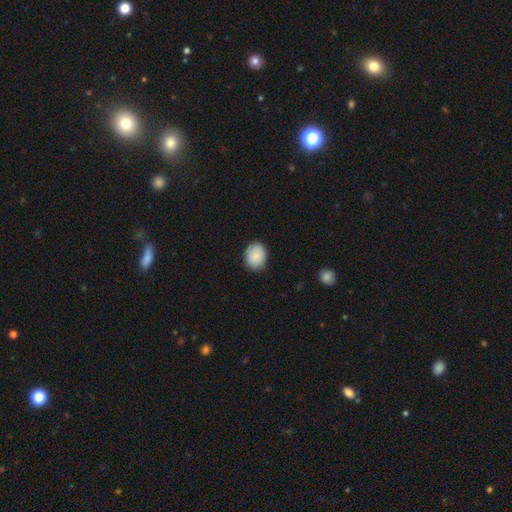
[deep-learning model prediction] smooth 89%, star or artifact 7%, featured or disk 5%. Down the decision tree: how rounded — in between (50%); merging — none (87%).